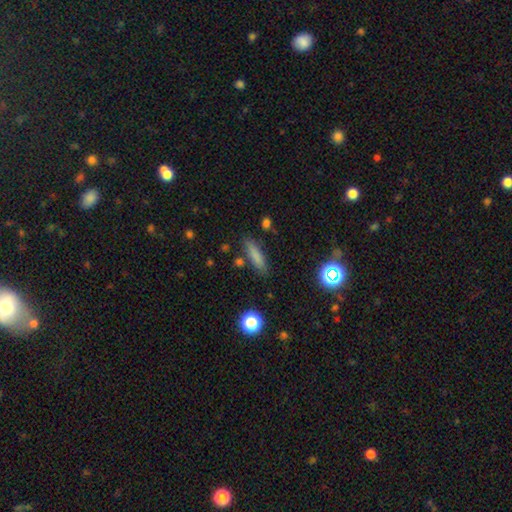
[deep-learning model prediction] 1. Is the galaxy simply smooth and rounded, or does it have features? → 79% smooth, 11% featured or disk, 10% star or artifact.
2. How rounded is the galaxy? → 66% cigar-shaped, 31% in between, 3% round.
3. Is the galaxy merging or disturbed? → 81% none, 12% minor disturbance, 4% merger, 3% major disturbance.